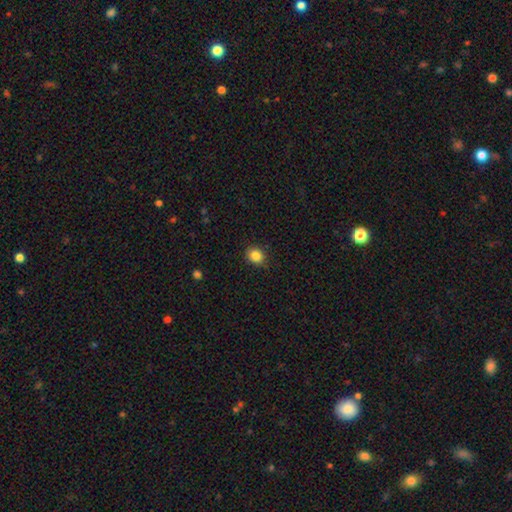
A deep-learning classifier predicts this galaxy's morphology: Smooth or featured? smooth (85%)
How rounded? round (65%)
Merging? none (88%)